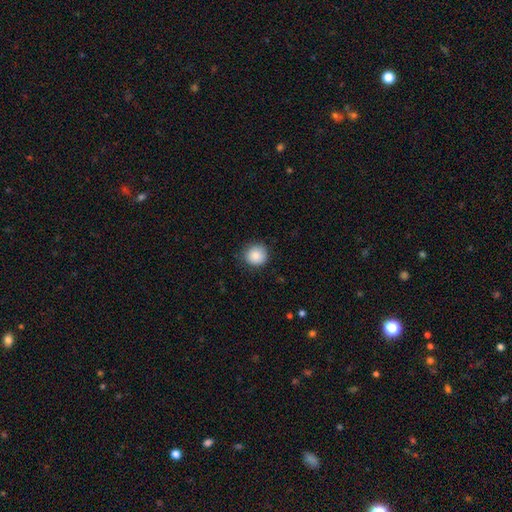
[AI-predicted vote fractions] Morphology: type=smooth (87%); roundness=round (91%); merging=none (83%).